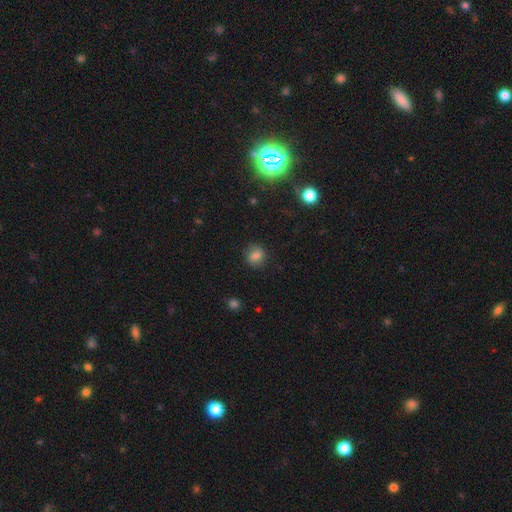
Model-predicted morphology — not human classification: A smooth galaxy with no disk features (80%) that is round (68%).

Vote fractions:
- Smooth or featured? smooth: 80% / star or artifact: 12% / featured or disk: 8%
- How rounded? round: 68% / in between: 30% / cigar-shaped: 1%
- Merging? none: 81% / minor disturbance: 13% / major disturbance: 4% / merger: 2%